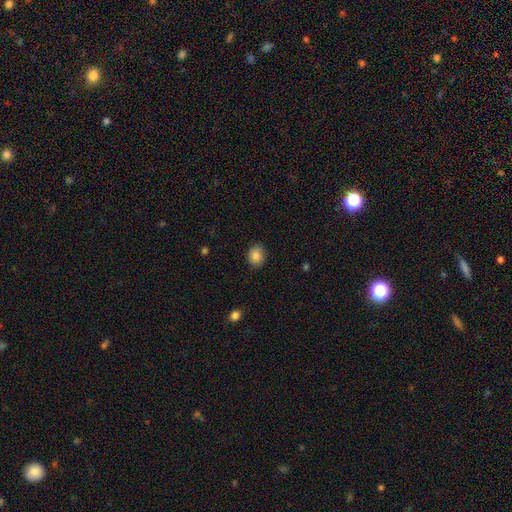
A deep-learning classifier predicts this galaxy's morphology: Smooth or featured: smooth — 85% (star or artifact — 9%)
How rounded: round — 55% (in between — 44%)
Merging: none — 88% (minor disturbance — 9%)